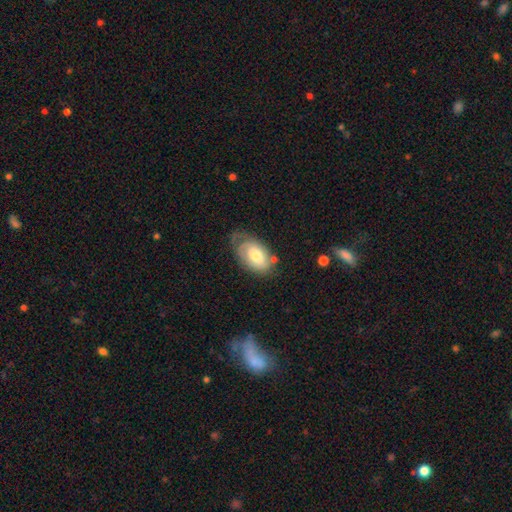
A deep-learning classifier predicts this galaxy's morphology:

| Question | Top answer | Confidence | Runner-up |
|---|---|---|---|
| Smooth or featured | smooth | 52% | featured or disk (42%) |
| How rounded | in between | 92% | round (7%) |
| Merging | none | 47% | minor disturbance (31%) |